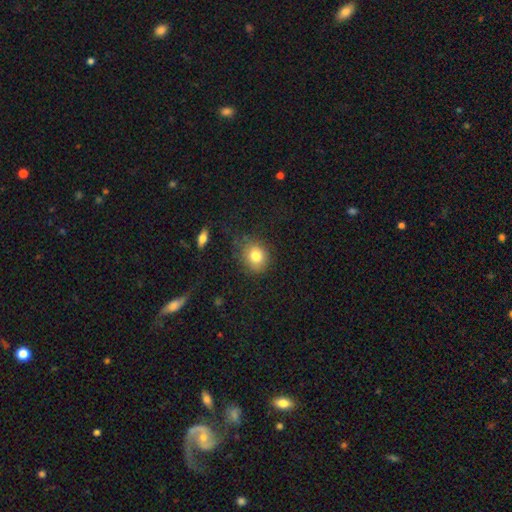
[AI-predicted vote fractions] Smooth or featured?
  - smooth: 80% *
  - star or artifact: 11%
  - featured or disk: 9%
How rounded?
  - round: 73% *
  - in between: 26%
  - cigar-shaped: 1%
Merging?
  - none: 75% *
  - minor disturbance: 17%
  - major disturbance: 6%
  - merger: 2%